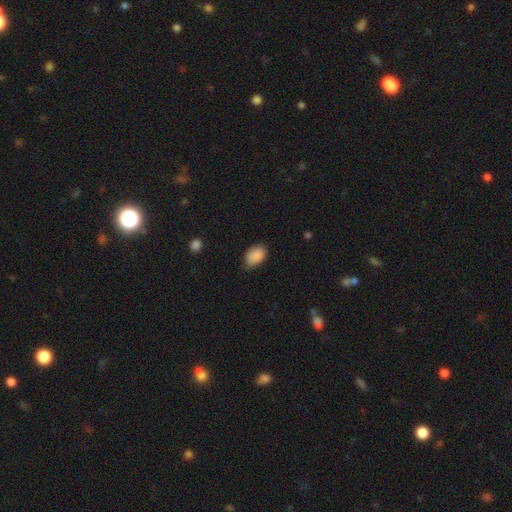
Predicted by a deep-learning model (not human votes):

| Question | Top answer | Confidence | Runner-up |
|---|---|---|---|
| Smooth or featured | smooth | 88% | star or artifact (8%) |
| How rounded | in between | 88% | round (11%) |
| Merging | none | 68% | minor disturbance (26%) |